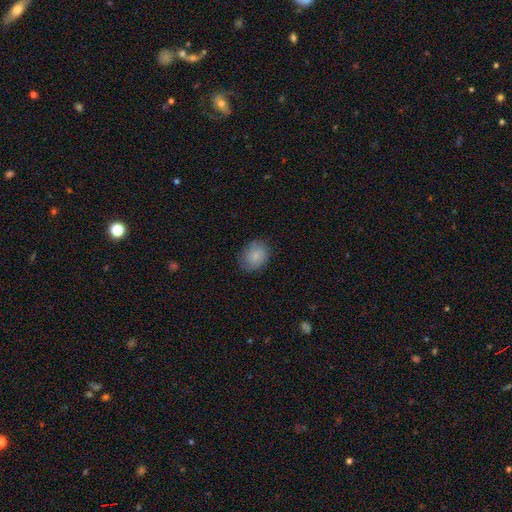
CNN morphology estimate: smooth 82%, featured or disk 10%, star or artifact 7%. Down the decision tree: how rounded — round (54%); merging — none (79%).